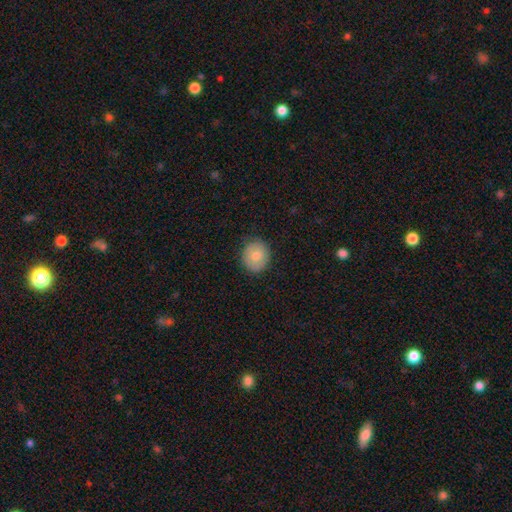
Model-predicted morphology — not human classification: smooth_or_featured: smooth (p=0.75) [alt: featured or disk p=0.18]
how_rounded: round (p=0.77) [alt: in between p=0.22]
merging: none (p=0.85) [alt: minor disturbance p=0.12]